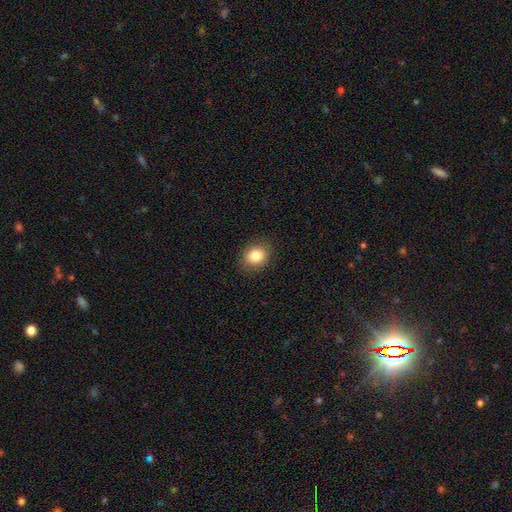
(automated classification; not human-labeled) This appears to be a smooth galaxy with no disk features (83%) that is round (57%). Merging: none (87%).